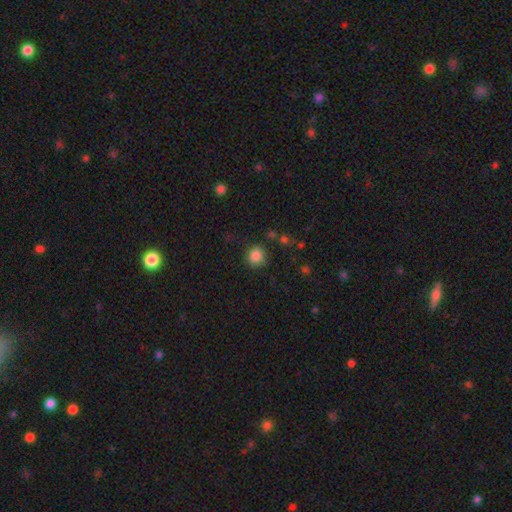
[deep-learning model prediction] The model was most divided on "merging": none: 83%, minor disturbance: 11%, major disturbance: 4%, merger: 3%. More confident: how rounded — round (90%); smooth or featured — smooth (86%).